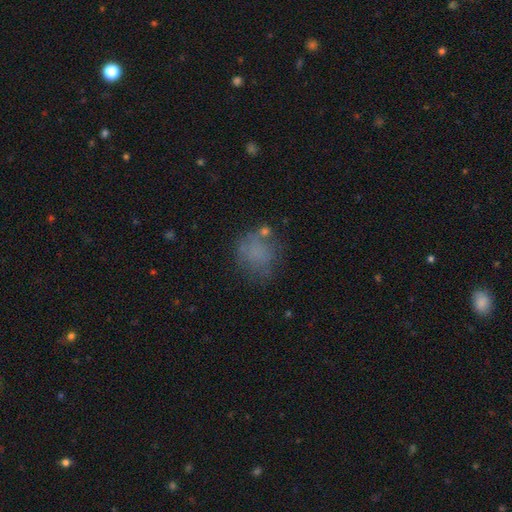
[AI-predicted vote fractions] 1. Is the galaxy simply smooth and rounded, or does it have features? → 65% smooth, 19% featured or disk, 16% star or artifact.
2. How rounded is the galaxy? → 74% round, 25% in between, 1% cigar-shaped.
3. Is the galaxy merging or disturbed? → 57% none, 21% minor disturbance, 16% major disturbance, 6% merger.